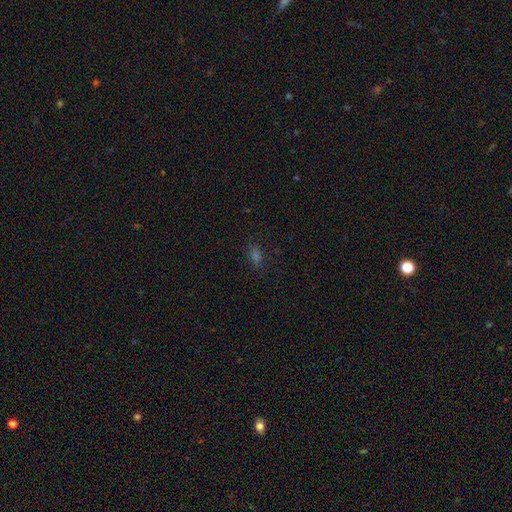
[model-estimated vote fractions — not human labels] Smooth or featured?
  - smooth: 62% *
  - star or artifact: 29%
  - featured or disk: 9%
How rounded?
  - in between: 79% *
  - round: 14%
  - cigar-shaped: 6%
Merging?
  - none: 82% *
  - minor disturbance: 12%
  - major disturbance: 4%
  - merger: 2%